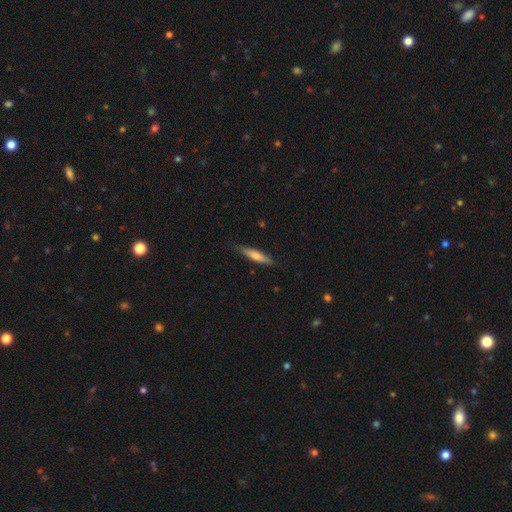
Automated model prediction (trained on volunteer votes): Smooth or featured? smooth (62%)
How rounded? cigar-shaped (86%)
Merging? none (83%)